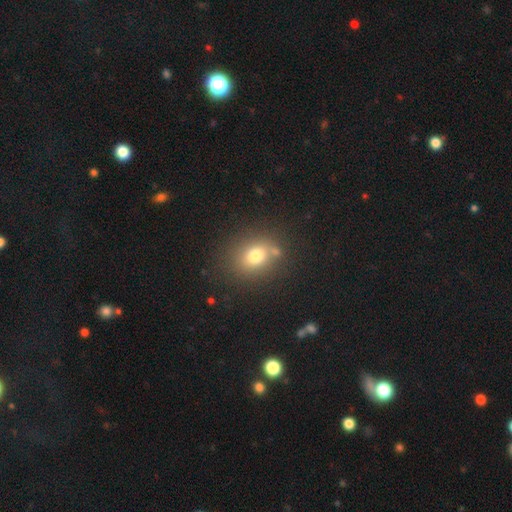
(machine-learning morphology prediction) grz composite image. It shows a smooth galaxy with no disk features (75%) that is round (55%). Merging: none (71%).